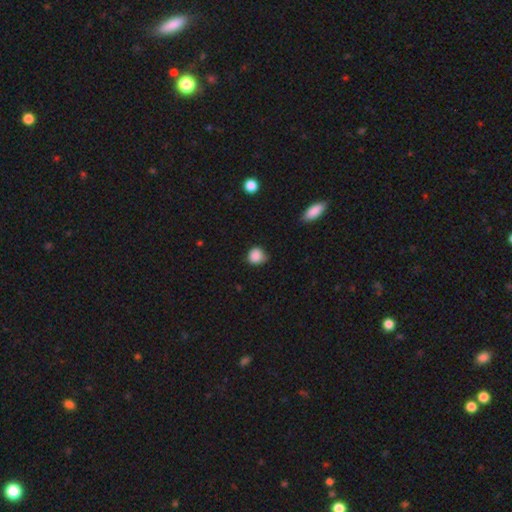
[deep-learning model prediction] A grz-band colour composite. It shows a smooth galaxy with no disk features (87%) that is round (83%). Merging: none (64%).